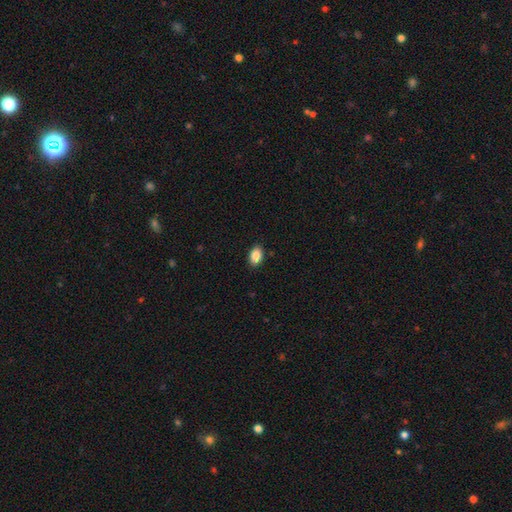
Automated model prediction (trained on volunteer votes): Morphology: type=smooth (87%); roundness=in between (89%); merging=none (87%).